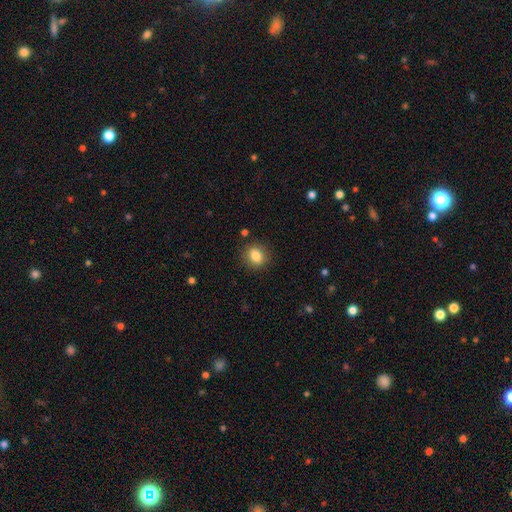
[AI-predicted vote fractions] Smooth or featured: smooth — 84% (star or artifact — 10%)
How rounded: round — 58% (in between — 41%)
Merging: none — 87% (minor disturbance — 9%)